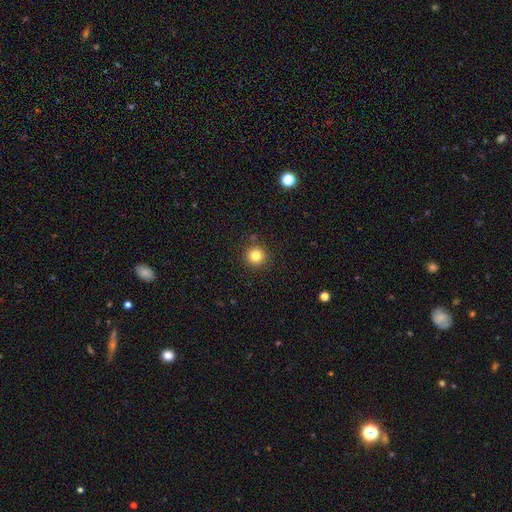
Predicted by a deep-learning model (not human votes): Overall: smooth (81%). How rounded: round (94%). Merging: none (89%).